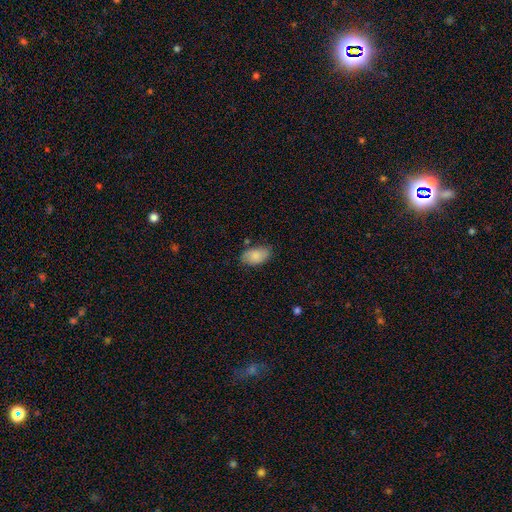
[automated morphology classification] The model was most divided on "merging": none: 75%, minor disturbance: 19%, major disturbance: 4%, merger: 3%. More confident: how rounded — in between (94%); smooth or featured — smooth (83%).